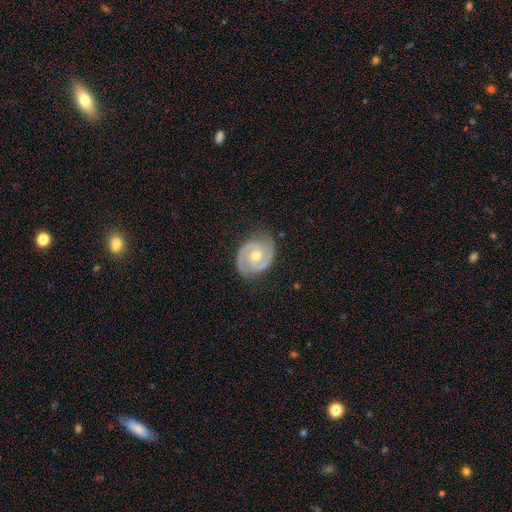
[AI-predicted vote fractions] A featured or disk galaxy (87%) with no bar (62%), 2 (90%) tight (53%) spiral arms (95%) and a moderate central bulge (73%).

Vote fractions:
- Smooth or featured? featured or disk: 87% / smooth: 8% / star or artifact: 5%
- Edge-on disk? no: 98% / yes: 2%
- Bar? no: 62% / weak: 31% / strong: 8%
- Spiral arms? yes: 95% / no: 5%
- Spiral winding? tight: 53% / medium: 39% / loose: 8%
- Spiral arm count? 2: 90% / can't tell: 4% / 1: 2% / 3: 2% / 4: 1% / more than 4: 1%
- Bulge size? moderate: 73% / small: 22% / large: 3% / none: 1% / dominant: 1%
- Merging? none: 79% / minor disturbance: 16% / major disturbance: 4% / merger: 1%